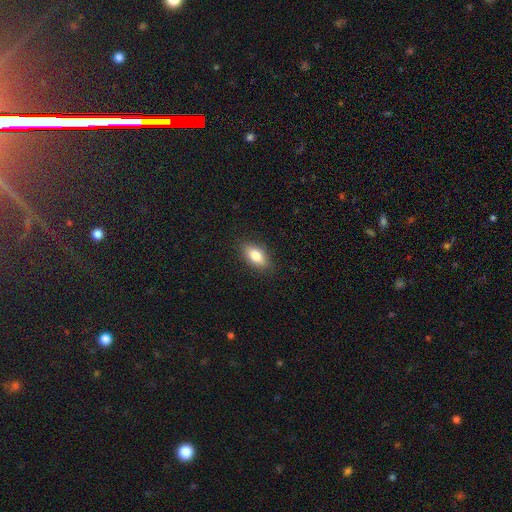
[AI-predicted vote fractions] Morphology: type=smooth (80%); roundness=in between (86%); merging=none (86%).